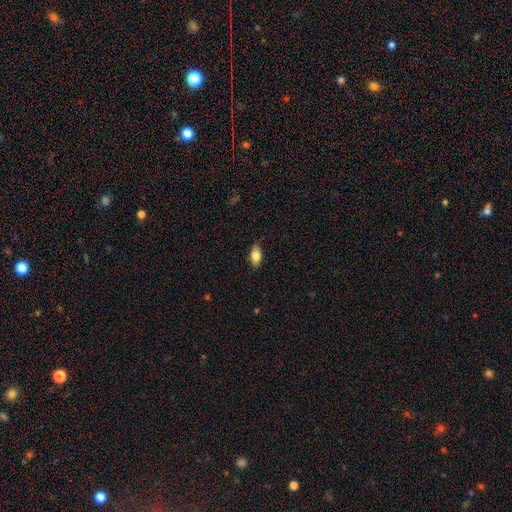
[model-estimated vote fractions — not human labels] Morphology: type=smooth (74%); roundness=in between (86%); merging=none (82%).